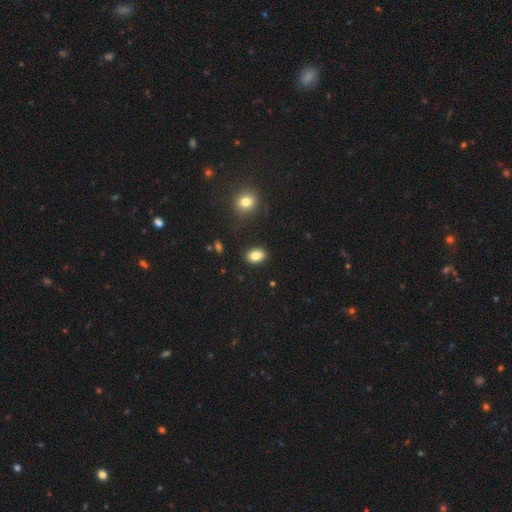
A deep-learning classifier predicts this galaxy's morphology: Q: Smooth or featured?
A: smooth (84%); runner-up: star or artifact (9%)
Q: How rounded?
A: in between (78%); runner-up: round (21%)
Q: Merging?
A: none (88%); runner-up: minor disturbance (8%)